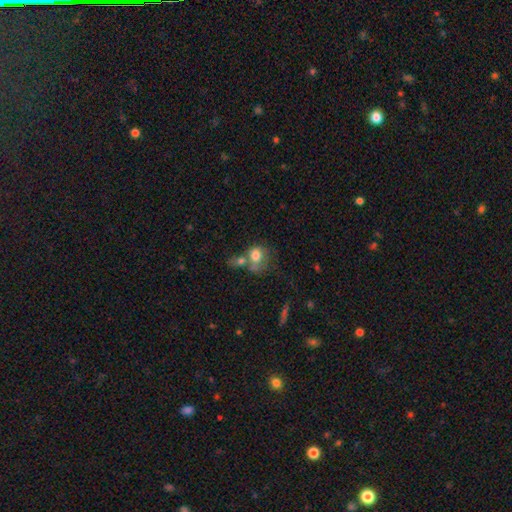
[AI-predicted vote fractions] smooth 73%, featured or disk 18%, star or artifact 9%. Down the decision tree: how rounded — round (59%); merging — merger (51%).